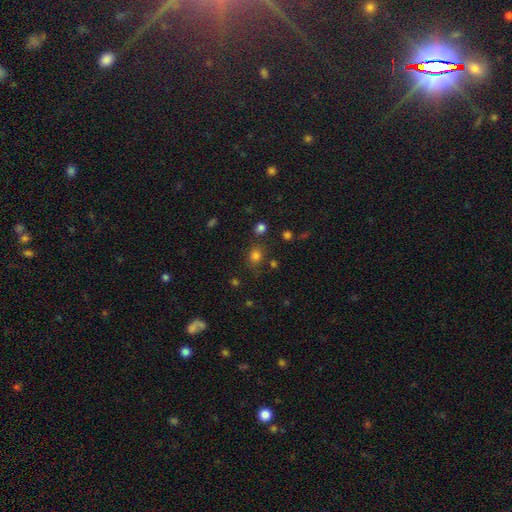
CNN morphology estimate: Smooth or featured?
  - smooth: 77% *
  - star or artifact: 17%
  - featured or disk: 5%
How rounded?
  - round: 70% *
  - in between: 29%
  - cigar-shaped: 1%
Merging?
  - none: 75% *
  - minor disturbance: 14%
  - merger: 6%
  - major disturbance: 5%